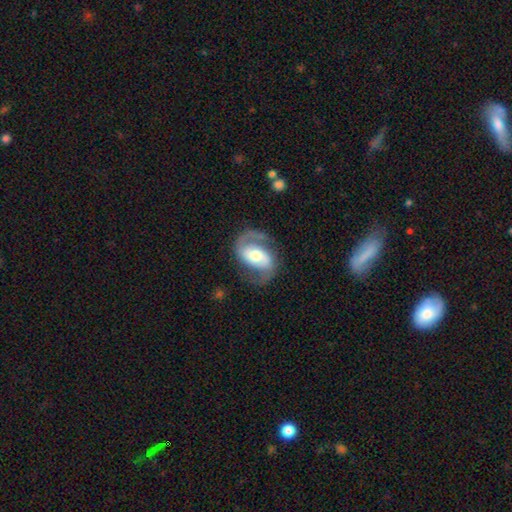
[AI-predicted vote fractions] A featured or disk galaxy (86%) with no bar (40%), 2 (88%) medium (51%) spiral arms (94%) and a moderate central bulge (68%). Merging: none (69%).